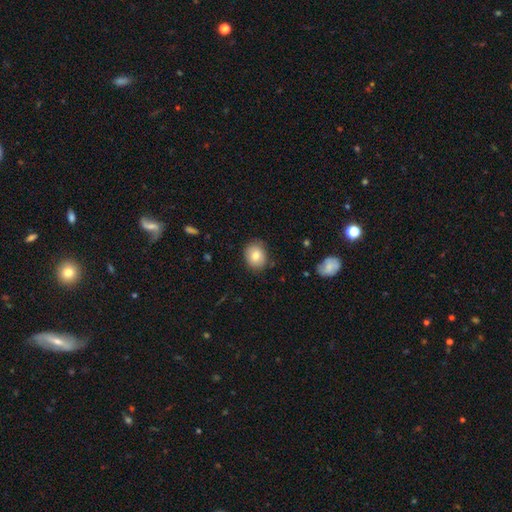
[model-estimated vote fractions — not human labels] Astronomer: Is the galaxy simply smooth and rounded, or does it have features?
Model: smooth — 79%.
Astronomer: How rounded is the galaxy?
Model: round — 58% (runner-up: in between, 41%).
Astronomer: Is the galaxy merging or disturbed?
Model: none — 81%.